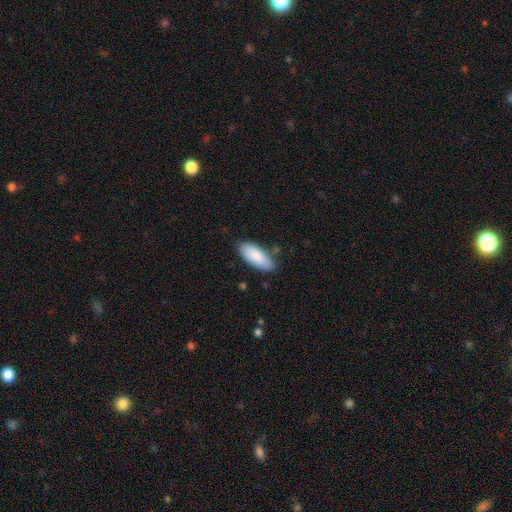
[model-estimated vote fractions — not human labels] smooth-or-featured: smooth: 86% | featured or disk: 8% | star or artifact: 6%
  how-rounded: in between: 85% | cigar-shaped: 14% | round: 2%
  merging: none: 80% | minor disturbance: 15% | major disturbance: 3% | merger: 2%